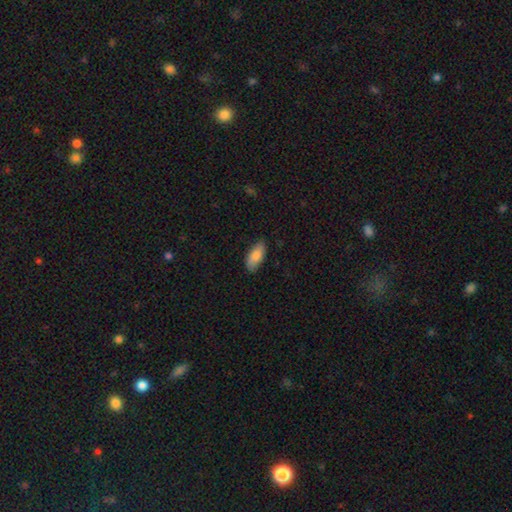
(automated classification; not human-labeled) A smooth galaxy with no disk features (86%) that is in between round and cigar-shaped (87%).

Vote fractions:
- Smooth or featured? smooth: 86% / featured or disk: 8% / star or artifact: 6%
- How rounded? in between: 87% / cigar-shaped: 11% / round: 2%
- Merging? none: 81% / minor disturbance: 15% / major disturbance: 3% / merger: 1%